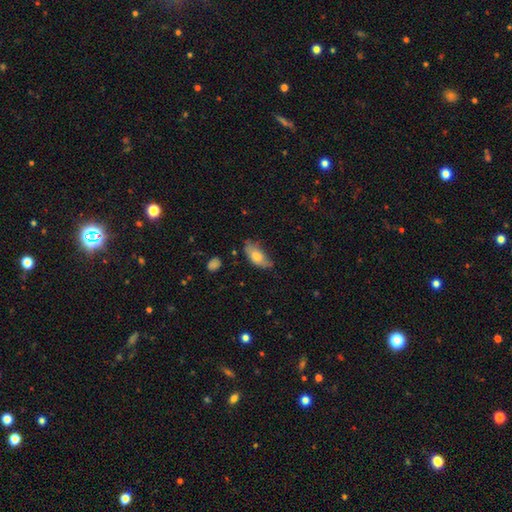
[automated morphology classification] Smooth or featured: smooth — 73% (featured or disk — 20%)
How rounded: in between — 88% (cigar-shaped — 9%)
Merging: none — 48% (minor disturbance — 38%)